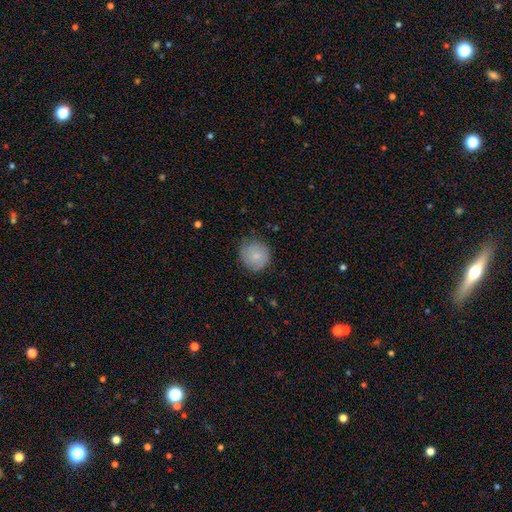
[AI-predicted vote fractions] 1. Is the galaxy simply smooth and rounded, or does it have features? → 81% smooth, 12% featured or disk, 7% star or artifact.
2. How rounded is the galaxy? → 92% round, 7% in between, 1% cigar-shaped.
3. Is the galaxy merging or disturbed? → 77% none, 18% minor disturbance, 4% major disturbance, 1% merger.